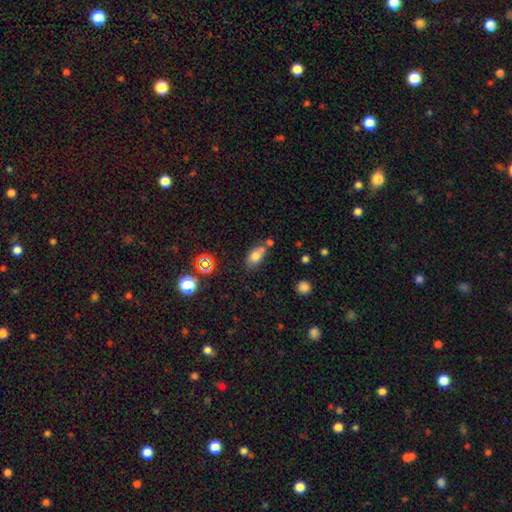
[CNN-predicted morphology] This appears to be a smooth galaxy with no disk features (74%) that is in between round and cigar-shaped (83%). Merging: none (50%).